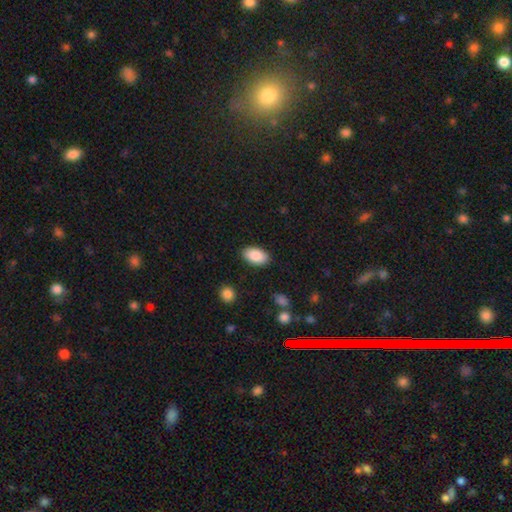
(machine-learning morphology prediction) This appears to be a smooth galaxy with no disk features (89%) that is in between round and cigar-shaped (94%). Merging: none (88%).